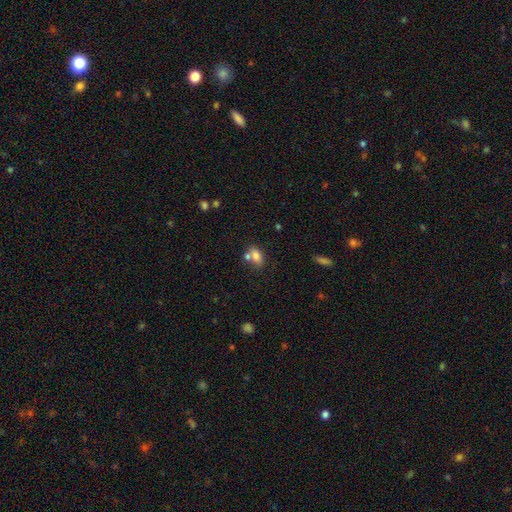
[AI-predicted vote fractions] Q: Smooth or featured?
A: smooth (77%); runner-up: featured or disk (13%)
Q: How rounded?
A: in between (82%); runner-up: round (13%)
Q: Merging?
A: none (48%); runner-up: merger (34%)